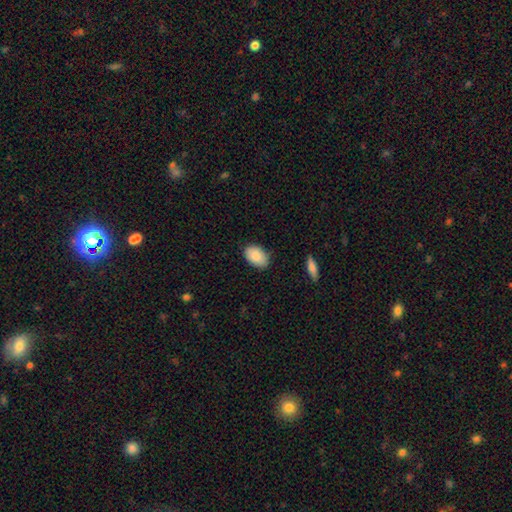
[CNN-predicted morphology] smooth-or-featured: smooth: 89% | star or artifact: 6% | featured or disk: 4%
  how-rounded: in between: 90% | round: 8% | cigar-shaped: 1%
  merging: none: 82% | minor disturbance: 14% | major disturbance: 3% | merger: 1%